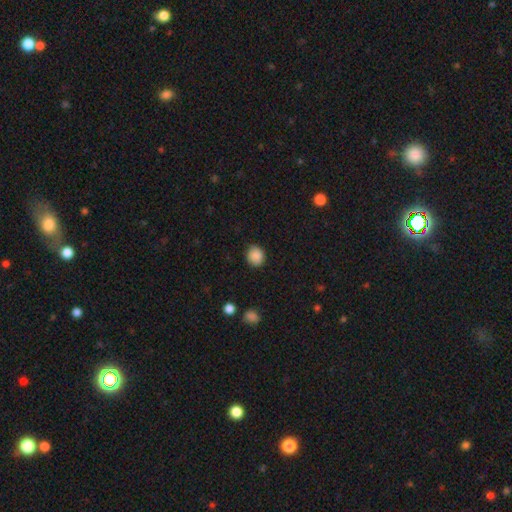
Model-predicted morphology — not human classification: This is clearly a smooth galaxy (88%). How rounded: clearly round (83%). Merging: clearly none (85%).